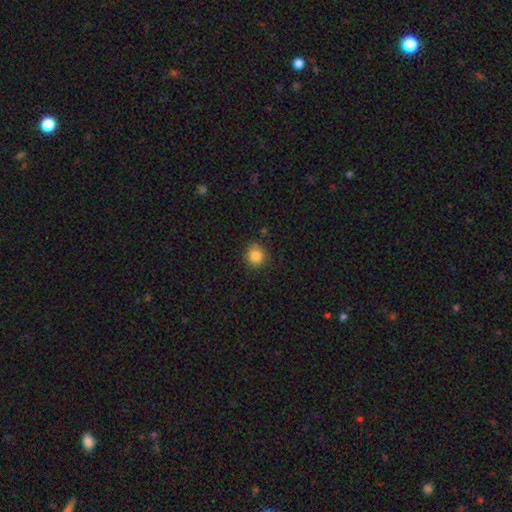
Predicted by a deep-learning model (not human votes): Smooth or featured: smooth — 84% (star or artifact — 10%)
How rounded: round — 87% (in between — 12%)
Merging: none — 85% (minor disturbance — 11%)